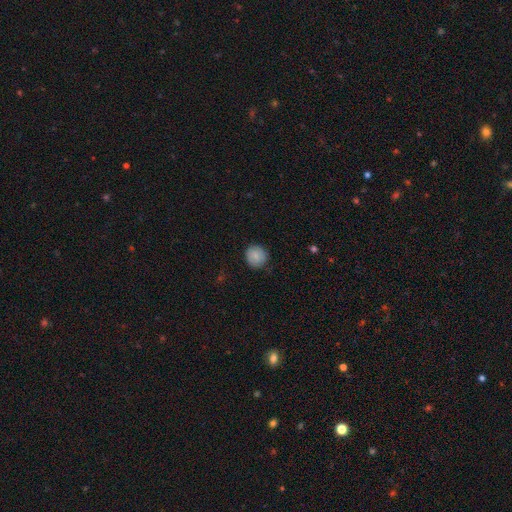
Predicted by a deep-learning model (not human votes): A smooth galaxy with no disk features (81%) that is round (88%). Merging: none (81%).